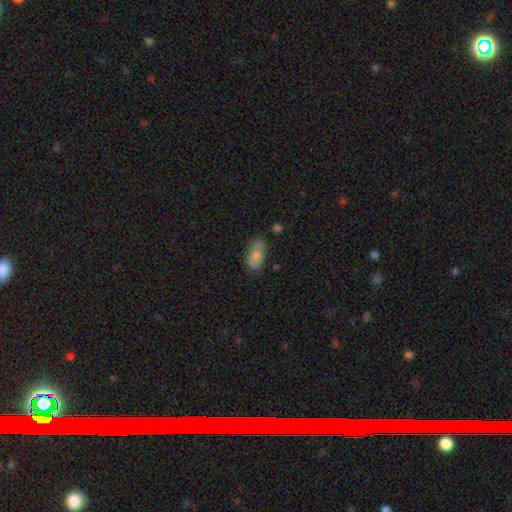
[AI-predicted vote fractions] Smooth or featured? Predicted: smooth (p=0.76). How rounded? Predicted: in between (p=0.91). Merging? Predicted: none (p=0.64).